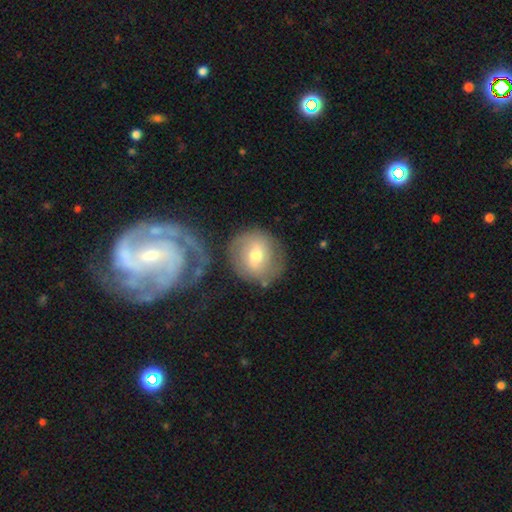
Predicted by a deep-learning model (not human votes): Overall: featured or disk (47%; smooth 46%). Merging: none (68%).